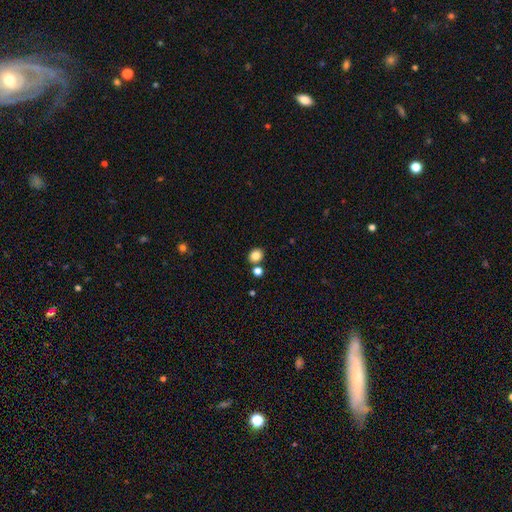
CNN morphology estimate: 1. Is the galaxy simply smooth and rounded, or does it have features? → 84% smooth, 11% star or artifact, 5% featured or disk.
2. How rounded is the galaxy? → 60% round, 39% in between, 1% cigar-shaped.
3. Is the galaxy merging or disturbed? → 76% none, 12% merger, 9% minor disturbance, 3% major disturbance.